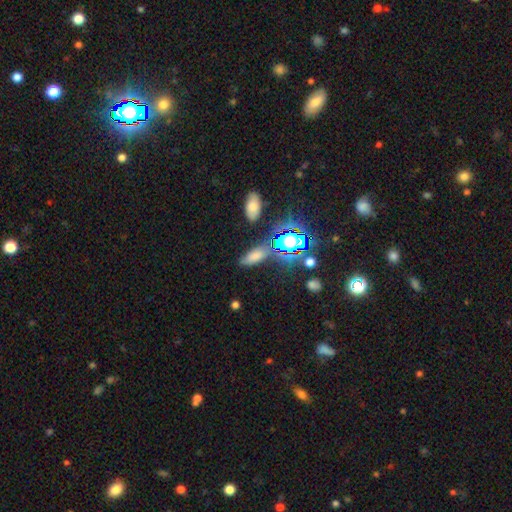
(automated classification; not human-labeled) Q: Smooth or featured?
A: smooth (63%); runner-up: star or artifact (26%)
Q: How rounded?
A: in between (75%); runner-up: cigar-shaped (19%)
Q: Merging?
A: none (71%); runner-up: minor disturbance (16%)